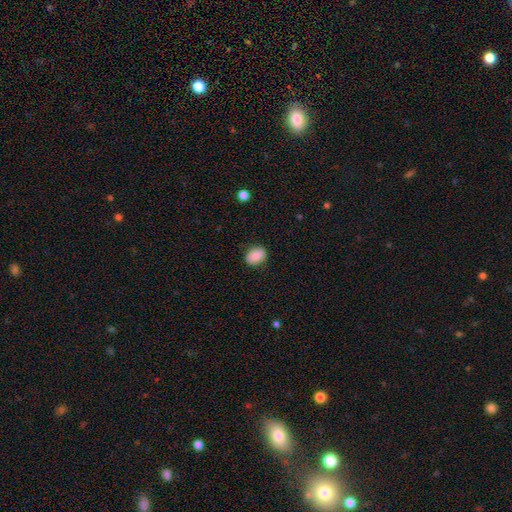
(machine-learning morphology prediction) A smooth galaxy with no disk features (83%) that is in between round and cigar-shaped (59%).

Vote fractions:
- Smooth or featured? smooth: 83% / featured or disk: 9% / star or artifact: 8%
- How rounded? in between: 59% / round: 40% / cigar-shaped: 1%
- Merging? none: 86% / minor disturbance: 11% / major disturbance: 3% / merger: 1%